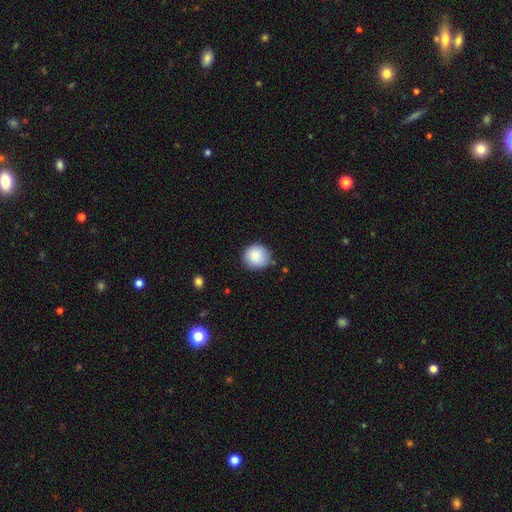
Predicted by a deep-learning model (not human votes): smooth_or_featured: smooth (p=0.84) [alt: featured or disk p=0.08]
how_rounded: round (p=0.92) [alt: in between p=0.07]
merging: none (p=0.81) [alt: minor disturbance p=0.14]